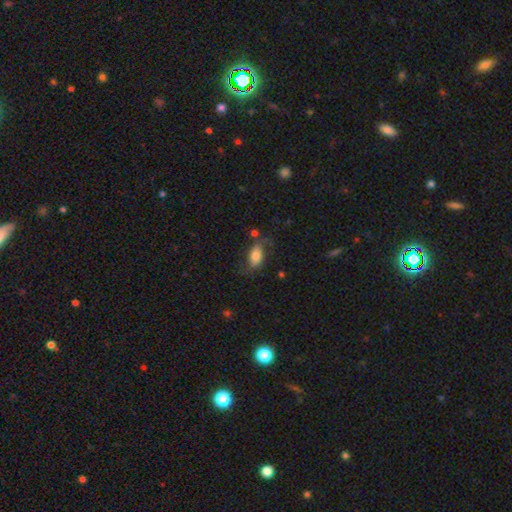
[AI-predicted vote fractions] This is possibly a smooth galaxy (59%). How rounded: clearly in between (88%). Merging: possibly none (55%).